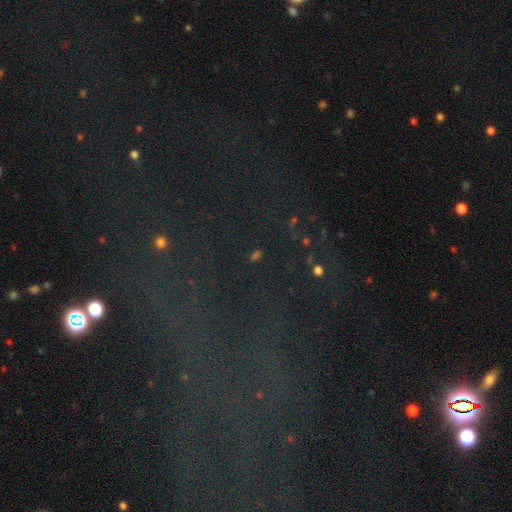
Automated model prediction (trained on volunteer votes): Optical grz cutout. It shows a star or artifact, not a galaxy (67%).